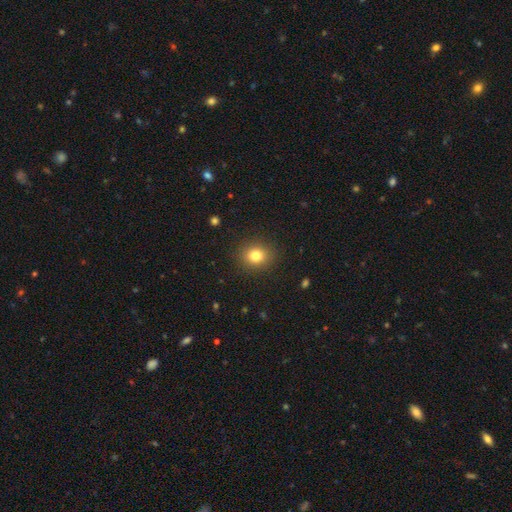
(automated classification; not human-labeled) Q: Smooth or featured?
A: smooth (80%); runner-up: star or artifact (12%)
Q: How rounded?
A: round (69%); runner-up: in between (30%)
Q: Merging?
A: none (89%); runner-up: minor disturbance (7%)